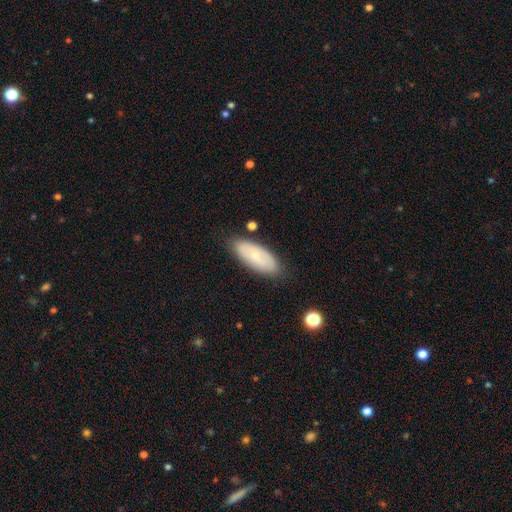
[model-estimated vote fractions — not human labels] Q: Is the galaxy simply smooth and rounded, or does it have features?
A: smooth — 55%.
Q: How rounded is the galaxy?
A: in between — 83%.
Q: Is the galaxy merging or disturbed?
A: none — 81%.